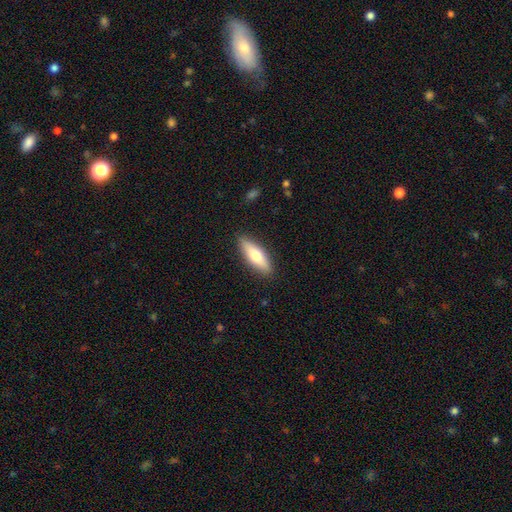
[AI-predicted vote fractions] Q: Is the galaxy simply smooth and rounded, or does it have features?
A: smooth — 64%.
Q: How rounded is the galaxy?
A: in between — 50%.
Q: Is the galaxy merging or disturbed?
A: none — 88%.